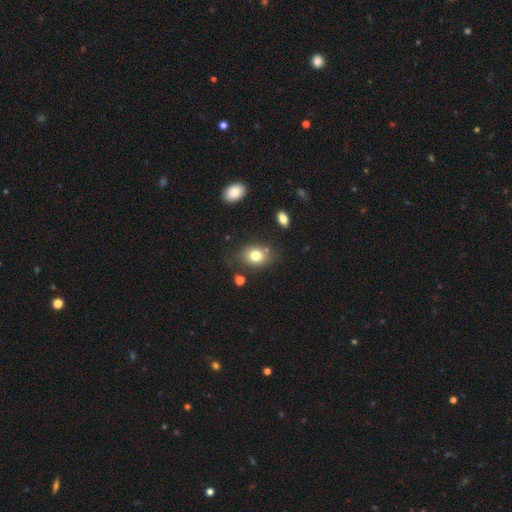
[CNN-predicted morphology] smooth 79%, featured or disk 11%, star or artifact 10%. Down the decision tree: how rounded — in between (63%); merging — none (73%).